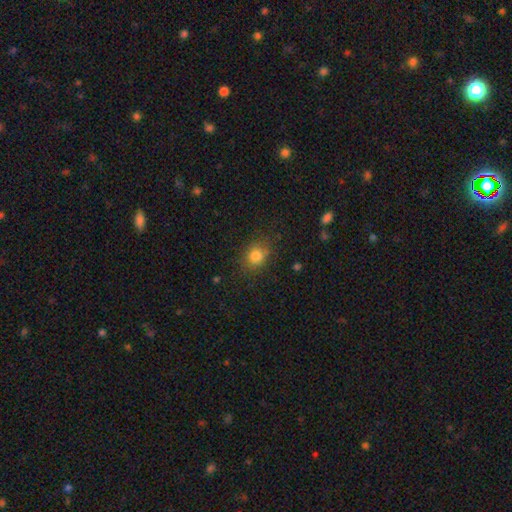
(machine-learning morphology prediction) Smooth or featured? smooth (81%)
How rounded? round (58%)
Merging? none (76%)